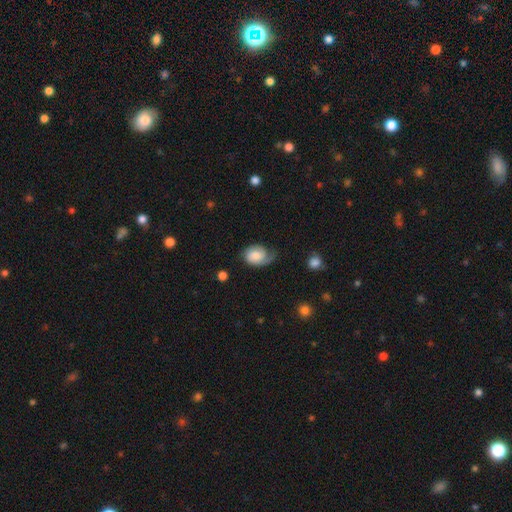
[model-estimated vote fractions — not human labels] smooth_or_featured: smooth (p=0.51) [alt: featured or disk p=0.42]
how_rounded: in between (p=0.67) [alt: round p=0.32]
merging: none (p=0.40) [alt: minor disturbance p=0.33]